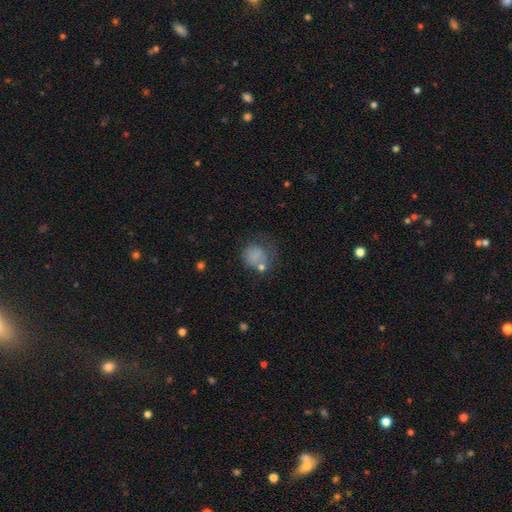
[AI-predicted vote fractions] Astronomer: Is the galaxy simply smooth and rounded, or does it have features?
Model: smooth — 74%.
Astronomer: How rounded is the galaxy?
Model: round — 76%.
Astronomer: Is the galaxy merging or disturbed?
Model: none — 43% (runner-up: major disturbance, 24%).